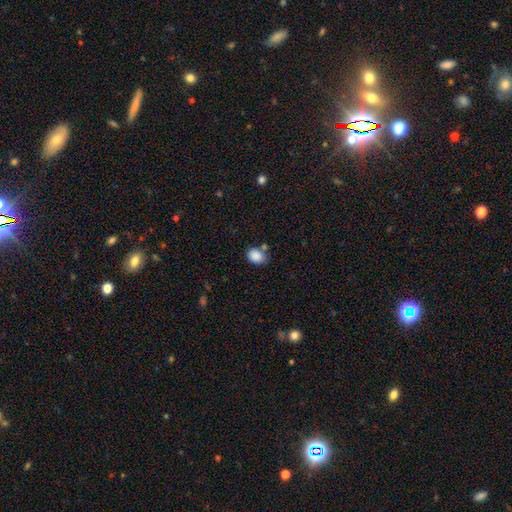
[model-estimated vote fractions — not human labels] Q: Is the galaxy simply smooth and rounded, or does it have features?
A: smooth — 88%.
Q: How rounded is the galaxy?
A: in between — 58%.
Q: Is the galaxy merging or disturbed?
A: none — 67%.